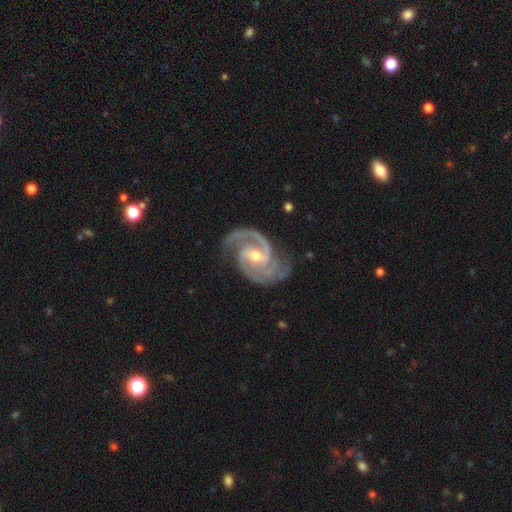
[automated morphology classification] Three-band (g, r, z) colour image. It shows a featured or disk galaxy (94%) with a weak bar (46%), 2 (61%) medium (52%) spiral arms (99%) and a moderate central bulge (59%). Merging: none (72%).